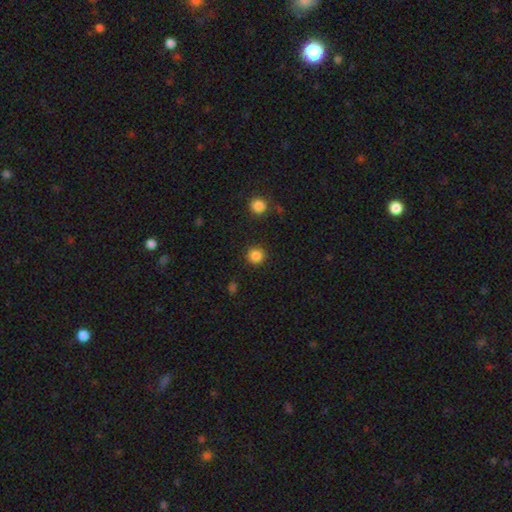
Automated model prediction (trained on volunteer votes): Smooth or featured?
  - smooth: 85% *
  - star or artifact: 11%
  - featured or disk: 3%
How rounded?
  - round: 94% *
  - in between: 5%
  - cigar-shaped: 1%
Merging?
  - none: 90% *
  - minor disturbance: 6%
  - major disturbance: 3%
  - merger: 2%